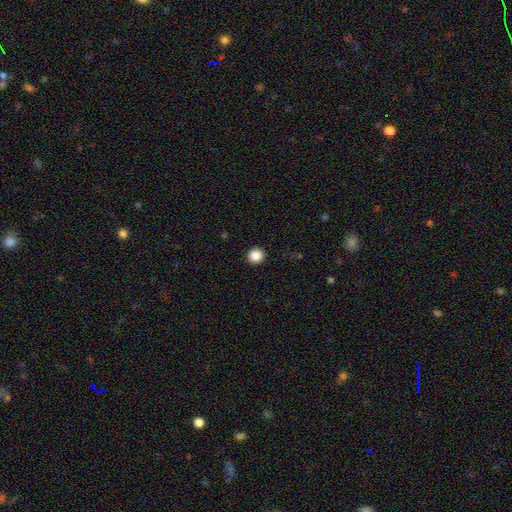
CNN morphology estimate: smooth_or_featured: smooth (p=0.87) [alt: star or artifact p=0.10]
how_rounded: round (p=0.93) [alt: in between p=0.06]
merging: none (p=0.93) [alt: minor disturbance p=0.04]